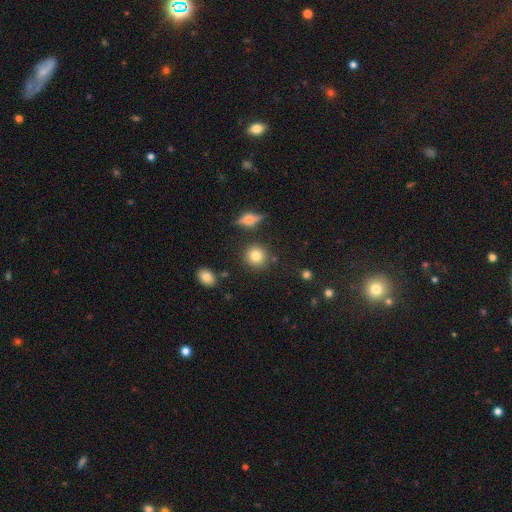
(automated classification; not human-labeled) Smooth or featured?
  - smooth: 81% *
  - star or artifact: 11%
  - featured or disk: 9%
How rounded?
  - round: 89% *
  - in between: 10%
  - cigar-shaped: 1%
Merging?
  - none: 84% *
  - minor disturbance: 9%
  - merger: 5%
  - major disturbance: 3%